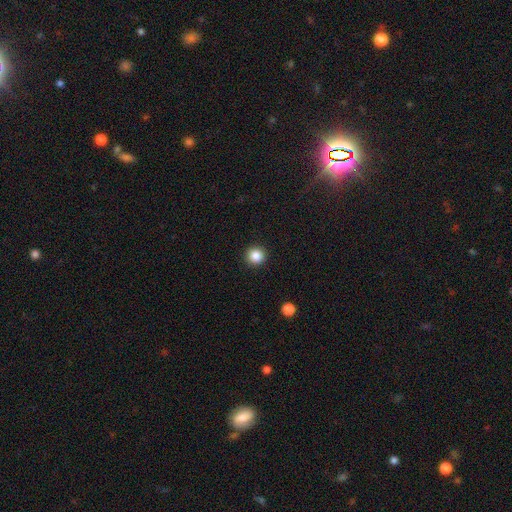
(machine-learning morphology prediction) This is clearly a smooth galaxy (86%). How rounded: clearly round (94%). Merging: clearly none (93%).